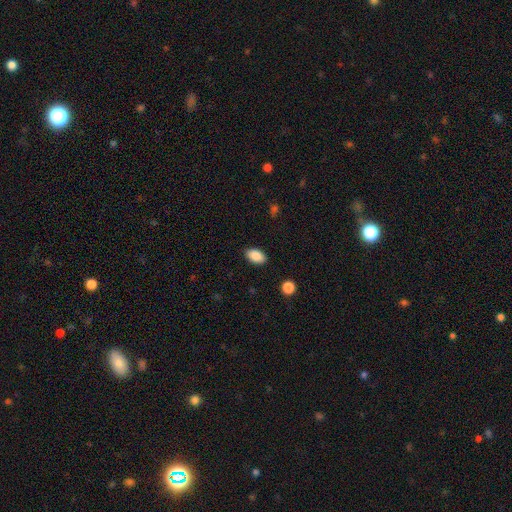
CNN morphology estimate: type=smooth (88%); roundness=in between (91%); merging=none (88%).